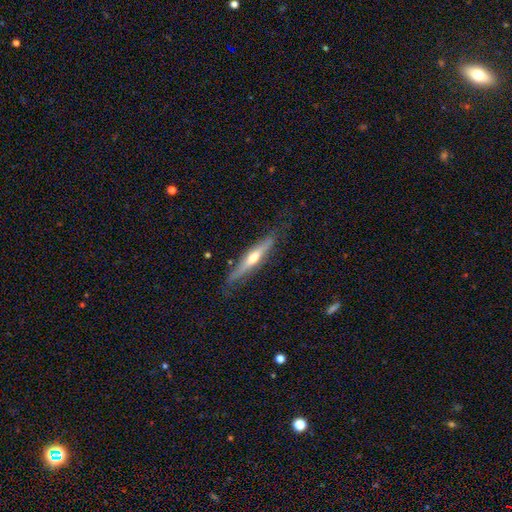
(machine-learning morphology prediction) This appears to be a featured or disk galaxy (67%) viewed edge-on (93%) with a rounded central bulge (88%). Merging: none (78%).